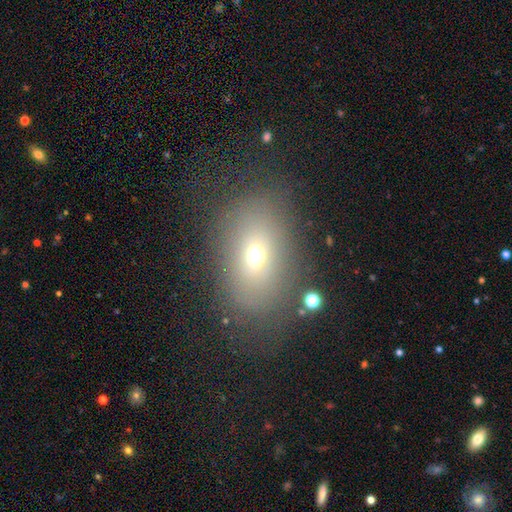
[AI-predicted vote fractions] Smooth or featured? Predicted: smooth (p=0.63). How rounded? Predicted: in between (p=0.73). Merging? Predicted: none (p=0.71).